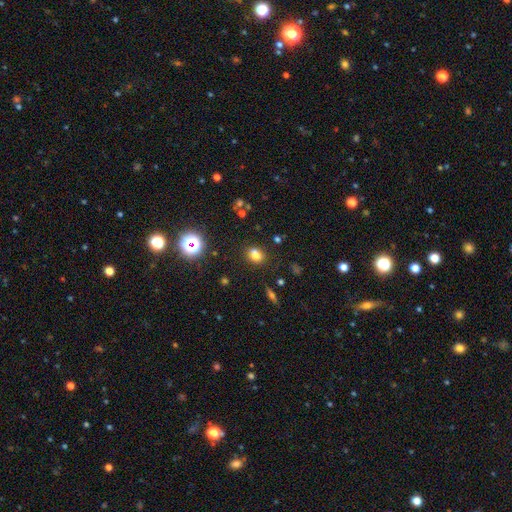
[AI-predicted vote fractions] Overall: smooth (74%). How rounded: round (50%; in between 49%). Merging: none (73%).